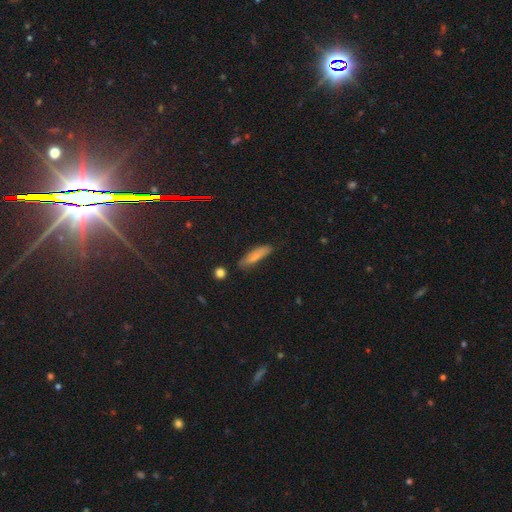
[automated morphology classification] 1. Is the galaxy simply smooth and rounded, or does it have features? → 78% smooth, 14% featured or disk, 8% star or artifact.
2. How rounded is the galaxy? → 72% cigar-shaped, 26% in between, 2% round.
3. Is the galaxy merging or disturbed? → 77% none, 18% minor disturbance, 3% major disturbance, 2% merger.